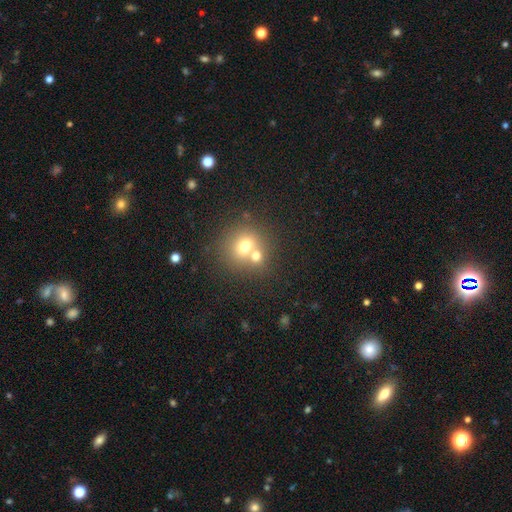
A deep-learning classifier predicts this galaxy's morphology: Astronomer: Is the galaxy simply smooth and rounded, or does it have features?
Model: smooth — 69%.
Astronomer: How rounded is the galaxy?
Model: round — 79%.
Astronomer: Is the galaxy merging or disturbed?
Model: merger — 51% (runner-up: none, 40%).